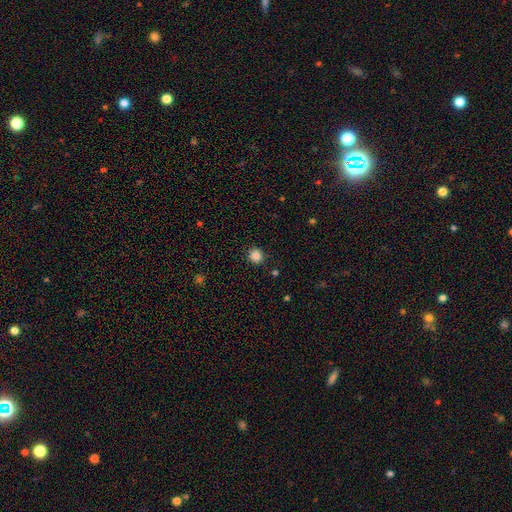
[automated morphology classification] This appears to be a smooth galaxy with no disk features (85%) that is round (91%). Merging: none (91%).